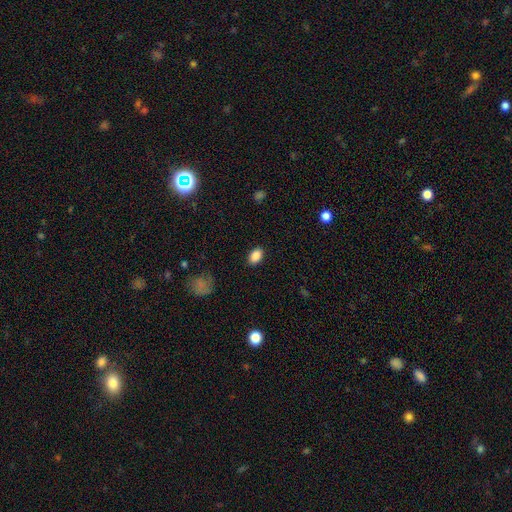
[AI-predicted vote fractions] Smooth or featured? Predicted: smooth (p=0.88). How rounded? Predicted: in between (p=0.85). Merging? Predicted: none (p=0.87).